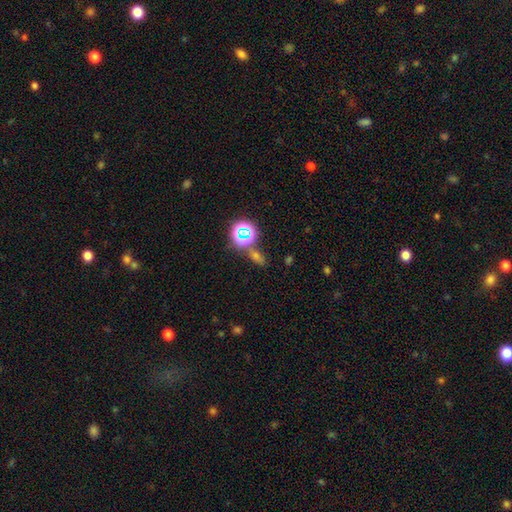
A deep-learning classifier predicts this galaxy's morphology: A star or artifact, not a galaxy (46%).

Vote fractions:
- Smooth or featured? star or artifact: 46% / smooth: 42% / featured or disk: 11%